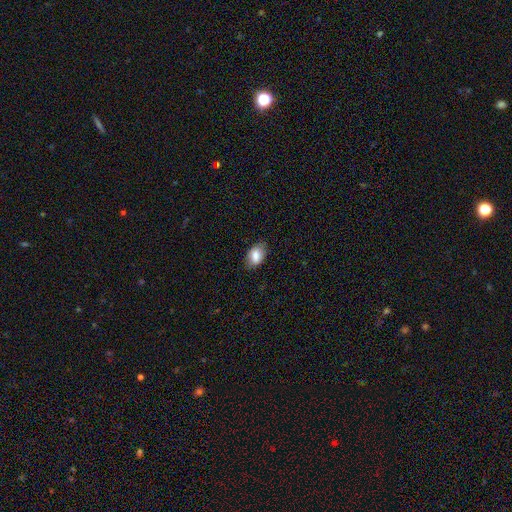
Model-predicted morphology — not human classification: Smooth or featured: smooth — 83% (featured or disk — 9%)
How rounded: in between — 88% (round — 11%)
Merging: none — 79% (minor disturbance — 16%)